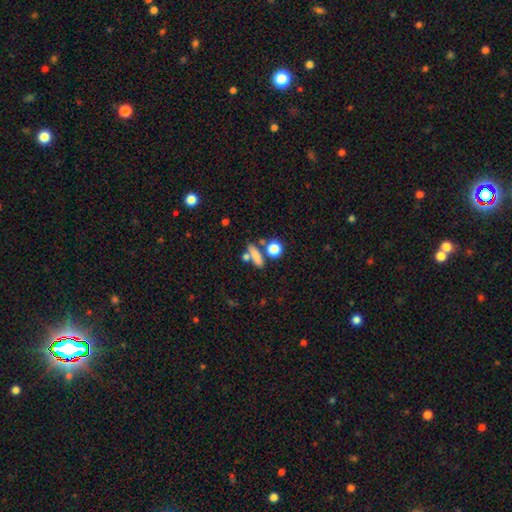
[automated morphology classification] smooth-or-featured: smooth: 75% | featured or disk: 13% | star or artifact: 12%
  how-rounded: cigar-shaped: 44% | in between: 39% | round: 17%
  merging: none: 60% | merger: 21% | minor disturbance: 13% | major disturbance: 6%